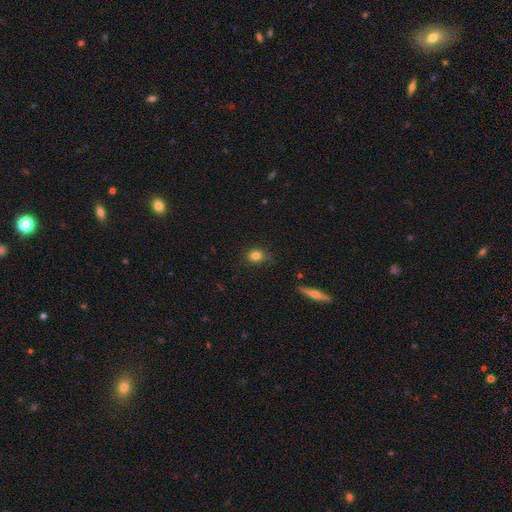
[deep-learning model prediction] Smooth or featured? smooth (82%)
How rounded? round (64%)
Merging? none (80%)